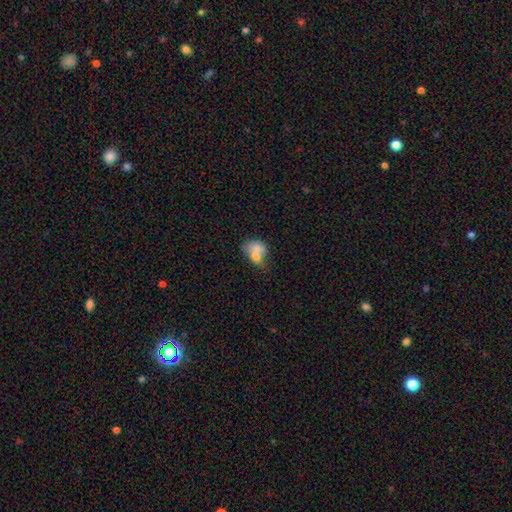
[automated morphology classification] type=smooth (68%); roundness=in between (64%); merging=merger (57%).